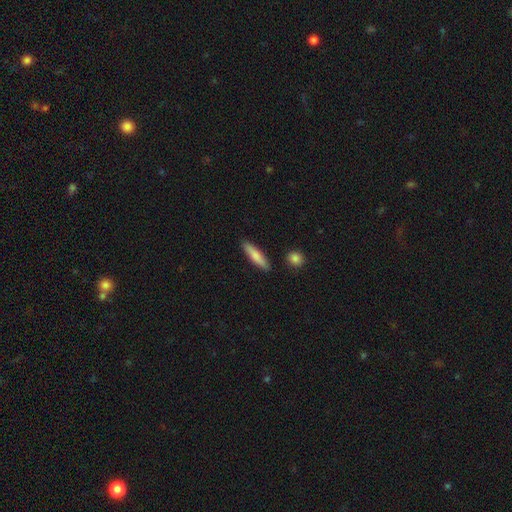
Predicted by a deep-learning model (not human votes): Overall: smooth (78%). How rounded: cigar-shaped (79%). Merging: none (88%).